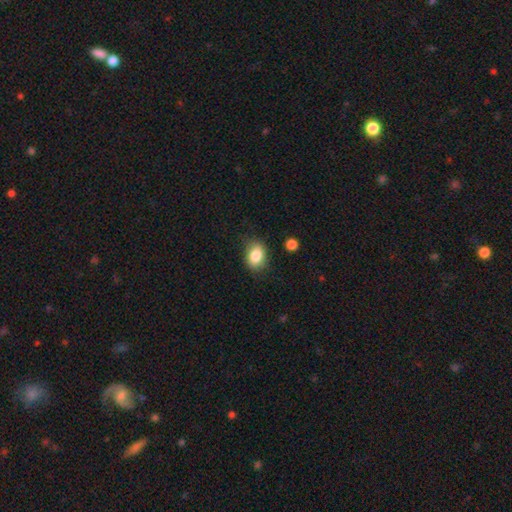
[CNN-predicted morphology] smooth_or_featured: smooth (p=0.84) [alt: star or artifact p=0.09]
how_rounded: in between (p=0.70) [alt: round p=0.29]
merging: none (p=0.76) [alt: minor disturbance p=0.17]